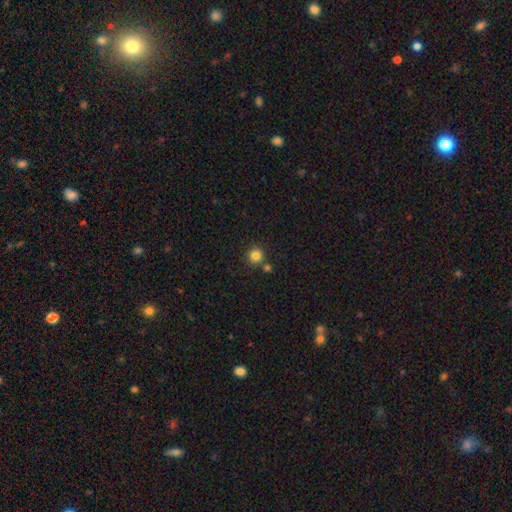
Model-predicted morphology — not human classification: Smooth or featured: smooth — 82% (star or artifact — 12%)
How rounded: round — 94% (in between — 5%)
Merging: none — 79% (merger — 12%)